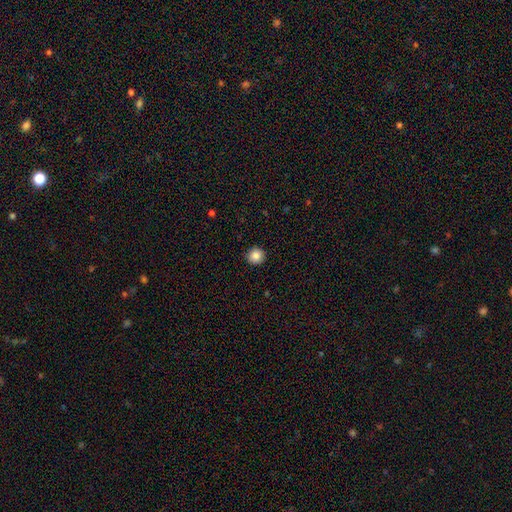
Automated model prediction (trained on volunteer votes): A smooth galaxy with no disk features (86%) that is round (95%). Merging: none (92%).